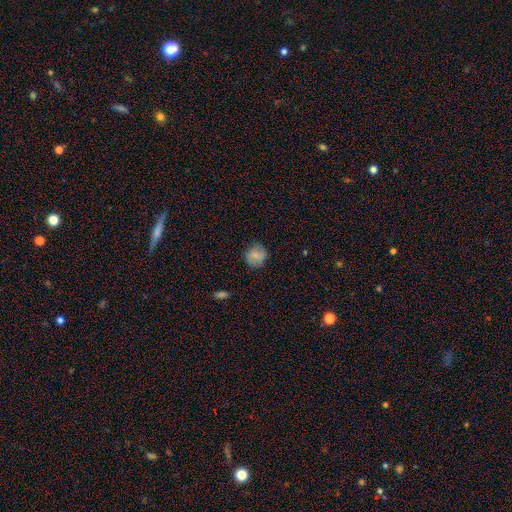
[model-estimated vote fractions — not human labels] smooth 77%, featured or disk 13%, star or artifact 9%. Down the decision tree: how rounded — round (83%); merging — none (77%).